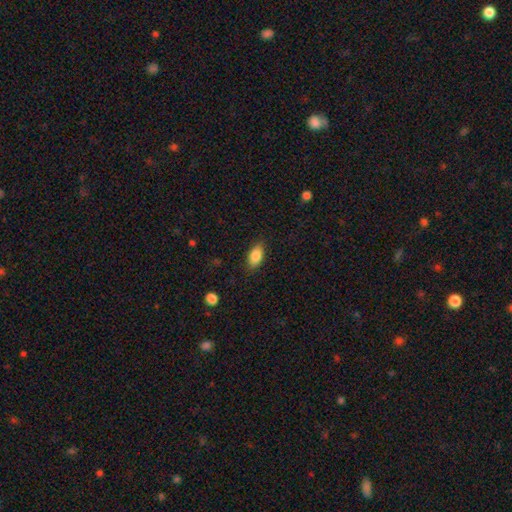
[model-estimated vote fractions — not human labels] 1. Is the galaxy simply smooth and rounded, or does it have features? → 86% smooth, 7% star or artifact, 6% featured or disk.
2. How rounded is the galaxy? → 90% in between, 5% cigar-shaped, 5% round.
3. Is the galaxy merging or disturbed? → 85% none, 11% minor disturbance, 3% major disturbance, 1% merger.